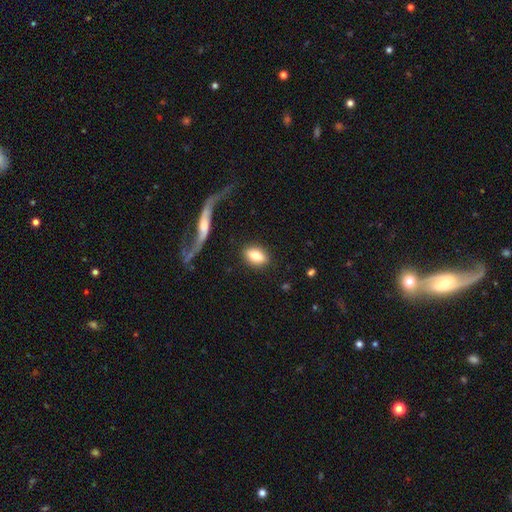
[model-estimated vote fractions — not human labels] smooth 78%, featured or disk 16%, star or artifact 7%. Down the decision tree: how rounded — in between (86%); merging — none (84%).